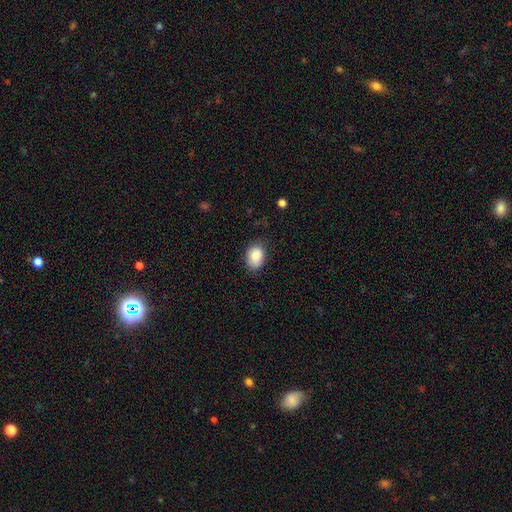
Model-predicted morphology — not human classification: smooth_or_featured: smooth (p=0.88) [alt: star or artifact p=0.07]
how_rounded: in between (p=0.77) [alt: round p=0.22]
merging: none (p=0.75) [alt: minor disturbance p=0.20]